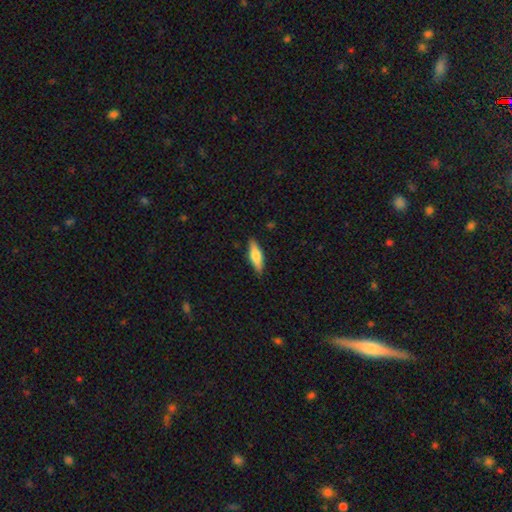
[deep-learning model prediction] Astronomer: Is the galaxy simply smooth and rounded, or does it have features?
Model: smooth — 62%.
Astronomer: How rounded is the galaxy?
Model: cigar-shaped — 50% (runner-up: in between, 47%).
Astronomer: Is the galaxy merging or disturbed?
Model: none — 87%.